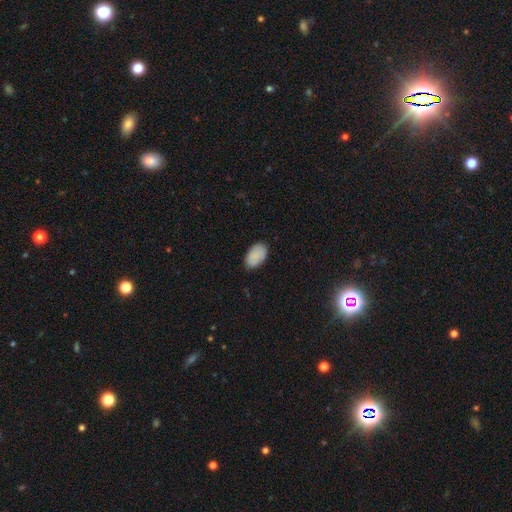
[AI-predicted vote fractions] Smooth or featured? Predicted: smooth (p=0.87). How rounded? Predicted: in between (p=0.94). Merging? Predicted: none (p=0.81).